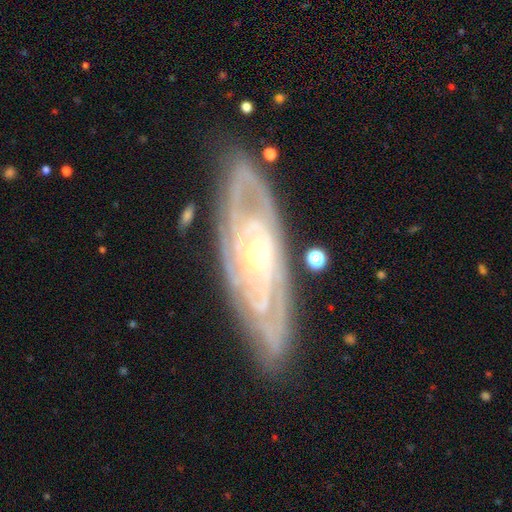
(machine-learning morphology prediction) Smooth or featured?
  - featured or disk: 87% *
  - smooth: 8%
  - star or artifact: 5%
Edge-on disk?
  - no: 86% *
  - yes: 14%
Bar?
  - no: 67% *
  - weak: 24%
  - strong: 9%
Spiral arms?
  - yes: 95% *
  - no: 5%
Spiral winding?
  - tight: 72% *
  - medium: 23%
  - loose: 4%
Spiral arm count?
  - can't tell: 31% *
  - 2: 30%
  - 3: 20%
  - 4: 9%
  - more than 4: 5%
  - 1: 5%
Bulge size?
  - small: 63% *
  - moderate: 34%
  - large: 2%
  - none: 1%
  - dominant: 1%
Merging?
  - none: 81% *
  - minor disturbance: 14%
  - major disturbance: 3%
  - merger: 2%